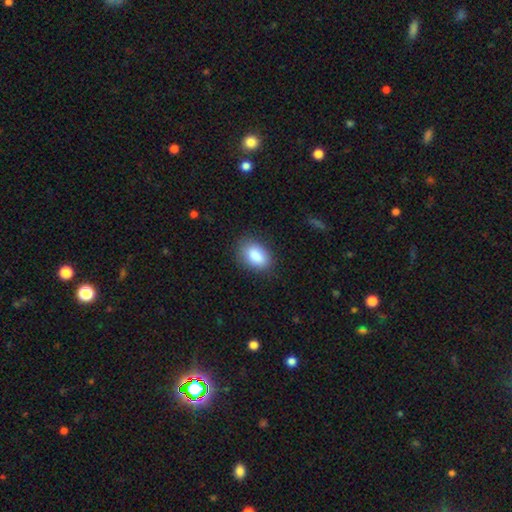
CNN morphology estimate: Smooth or featured: smooth — 87% (star or artifact — 7%)
How rounded: in between — 89% (round — 9%)
Merging: none — 81% (minor disturbance — 14%)